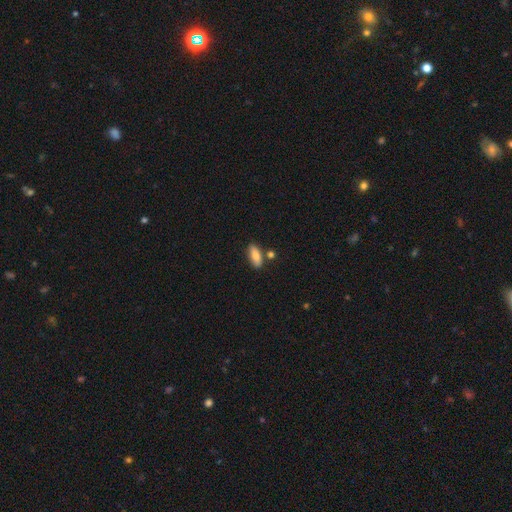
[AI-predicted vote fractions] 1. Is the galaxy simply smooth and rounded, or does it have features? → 83% smooth, 10% featured or disk, 7% star or artifact.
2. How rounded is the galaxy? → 79% in between, 18% cigar-shaped, 3% round.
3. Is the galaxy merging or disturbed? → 77% none, 12% minor disturbance, 9% merger, 3% major disturbance.